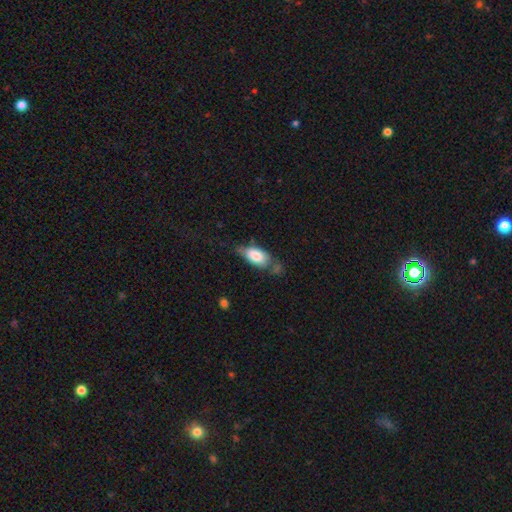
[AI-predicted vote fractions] Smooth or featured: smooth — 74% (featured or disk — 19%)
How rounded: in between — 88% (cigar-shaped — 8%)
Merging: none — 39% (minor disturbance — 34%)